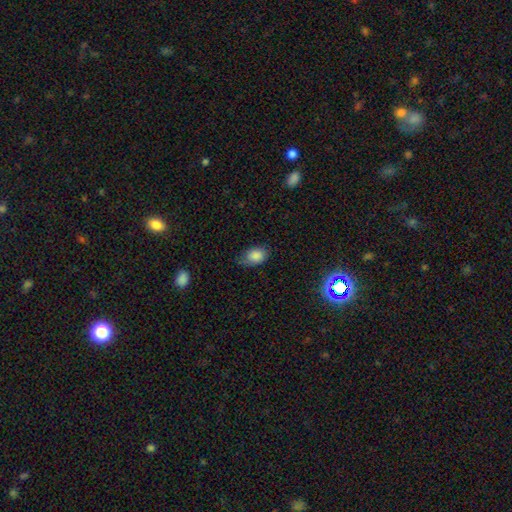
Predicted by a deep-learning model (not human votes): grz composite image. It shows a smooth galaxy with no disk features (84%) that is in between round and cigar-shaped (80%). Merging: none (61%).